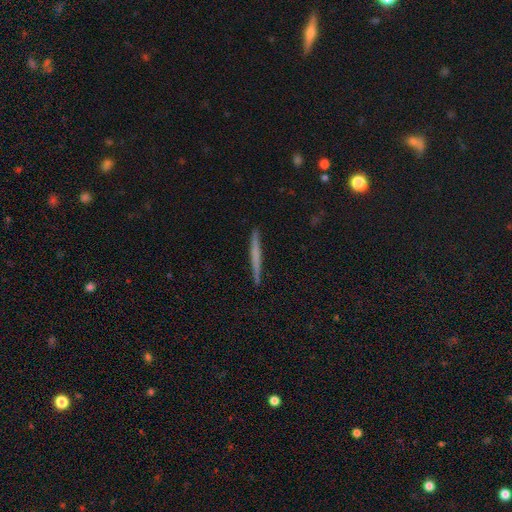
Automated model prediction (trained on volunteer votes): Morphology: type=smooth (49%); merging=none (91%).